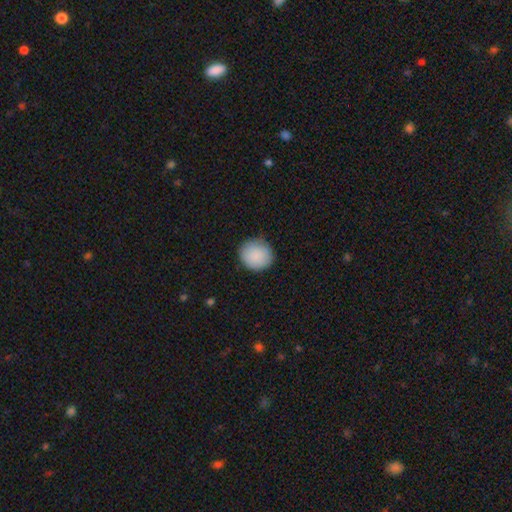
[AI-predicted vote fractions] A smooth galaxy with no disk features (89%) that is round (87%).

Vote fractions:
- Smooth or featured? smooth: 89% / star or artifact: 7% / featured or disk: 4%
- How rounded? round: 87% / in between: 12% / cigar-shaped: 1%
- Merging? none: 86% / minor disturbance: 11% / major disturbance: 2% / merger: 1%